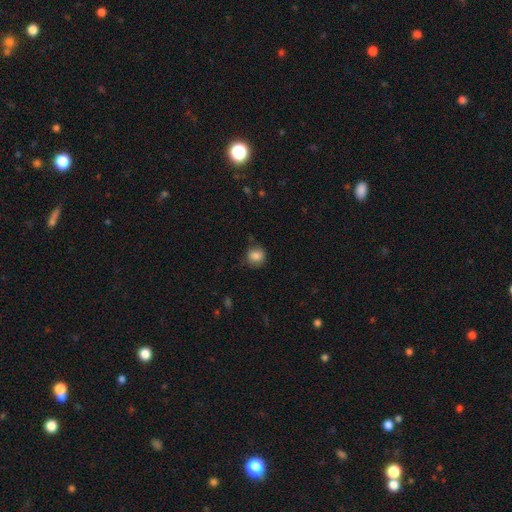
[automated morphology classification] The model was most divided on "how rounded": round: 75%, in between: 24%, cigar-shaped: 1%. More confident: smooth or featured — smooth (84%); merging — none (73%).